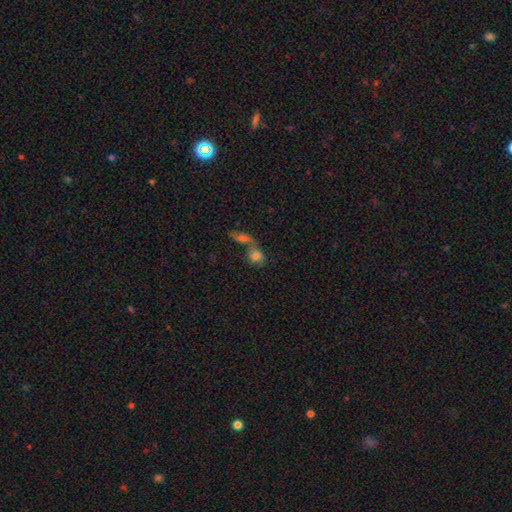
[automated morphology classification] This appears to be a smooth galaxy with no disk features (71%) that is in between round and cigar-shaped (50%). Merging: merger (71%).